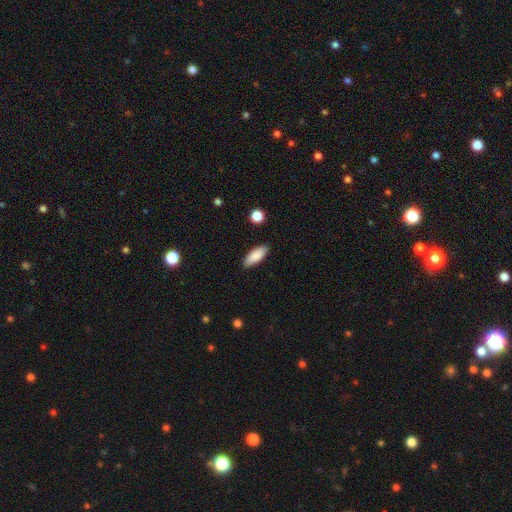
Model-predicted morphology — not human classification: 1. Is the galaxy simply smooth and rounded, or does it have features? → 87% smooth, 7% featured or disk, 6% star or artifact.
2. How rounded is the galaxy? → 74% in between, 24% cigar-shaped, 2% round.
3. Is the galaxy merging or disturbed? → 86% none, 11% minor disturbance, 2% major disturbance, 1% merger.